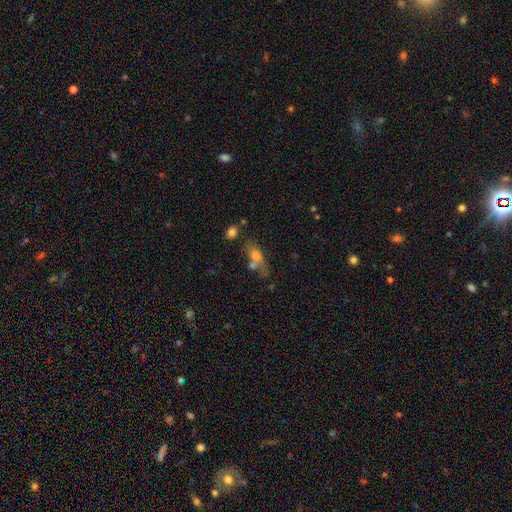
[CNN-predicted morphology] Smooth or featured? Predicted: smooth (p=0.58). How rounded? Predicted: in between (p=0.64). Merging? Predicted: none (p=0.40).